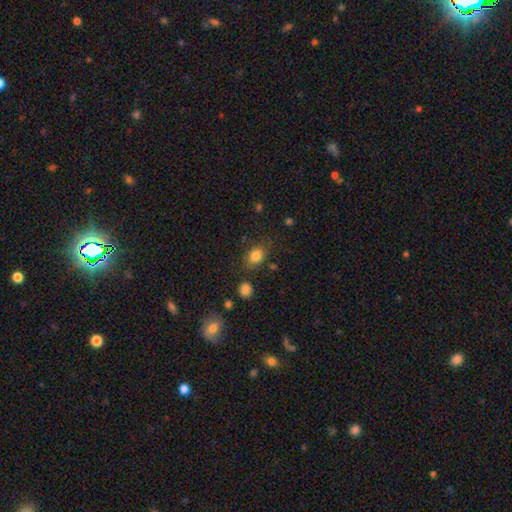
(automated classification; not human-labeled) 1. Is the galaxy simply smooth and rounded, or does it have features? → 82% smooth, 11% star or artifact, 7% featured or disk.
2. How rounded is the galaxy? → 63% in between, 36% round, 1% cigar-shaped.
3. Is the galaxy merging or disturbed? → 74% none, 17% minor disturbance, 5% major disturbance, 4% merger.